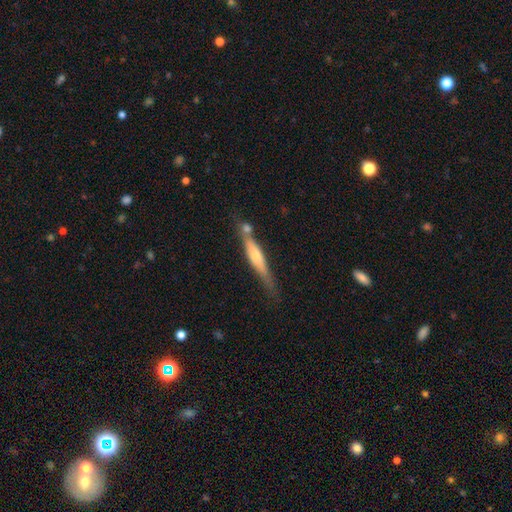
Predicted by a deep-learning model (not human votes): Smooth or featured? featured or disk (55%)
Edge-on disk? yes (90%)
Merging? none (58%)